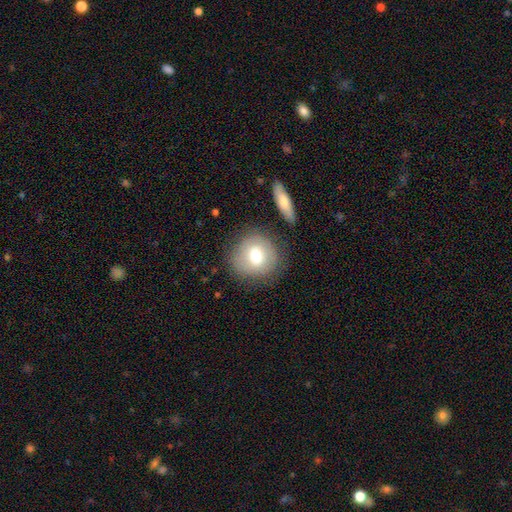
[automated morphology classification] Overall: smooth (70%). How rounded: round (87%). Merging: none (74%).